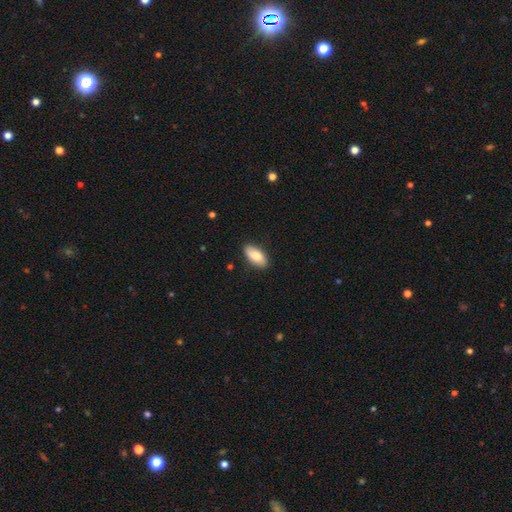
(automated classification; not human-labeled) smooth 78%, featured or disk 16%, star or artifact 6%. Down the decision tree: how rounded — in between (90%); merging — none (86%).